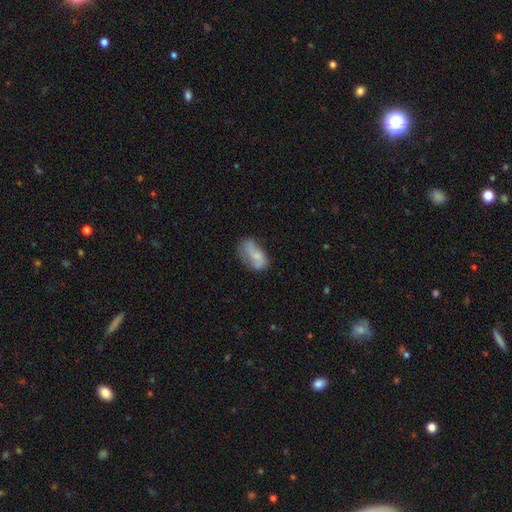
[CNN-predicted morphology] A smooth galaxy with no disk features (58%) that is in between round and cigar-shaped (90%). Merging: none (41%).